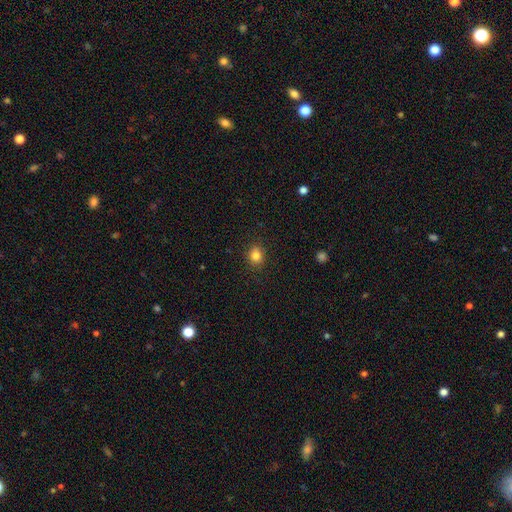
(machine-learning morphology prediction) Smooth or featured? Predicted: smooth (p=0.83). How rounded? Predicted: round (p=0.66). Merging? Predicted: none (p=0.87).